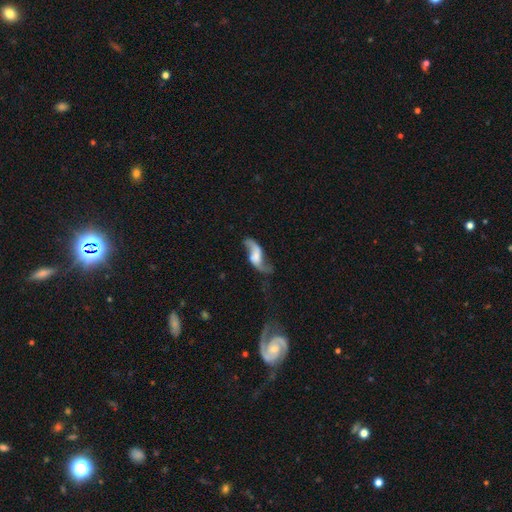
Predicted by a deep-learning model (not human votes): featured or disk 79%, smooth 14%, star or artifact 7%. Down the decision tree: edge-on disk — no (92%); bar — no (45%); spiral arms — yes (92%); spiral arm count — 2 (90%); spiral winding — loose (85%); bulge size — none (32%); merging — none (58%).